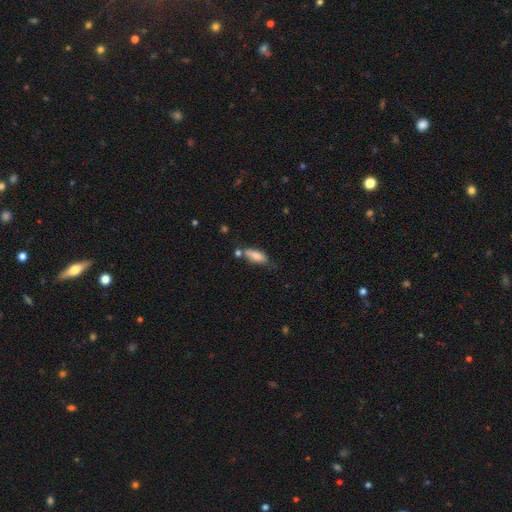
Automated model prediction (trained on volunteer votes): A smooth galaxy with no disk features (77%) that is in between round and cigar-shaped (68%). Merging: none (54%).